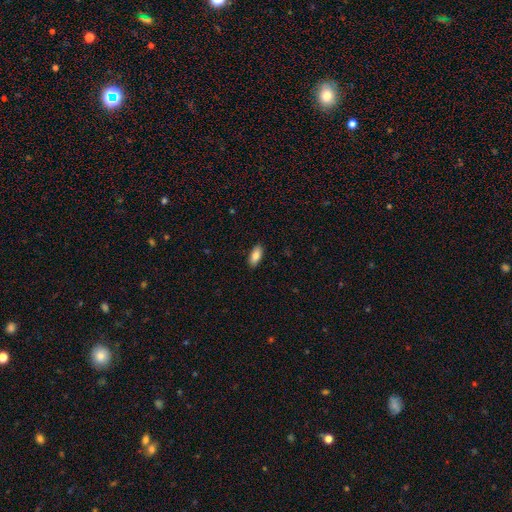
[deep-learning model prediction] Smooth or featured: smooth — 85% (featured or disk — 8%)
How rounded: in between — 88% (cigar-shaped — 10%)
Merging: none — 89% (minor disturbance — 8%)